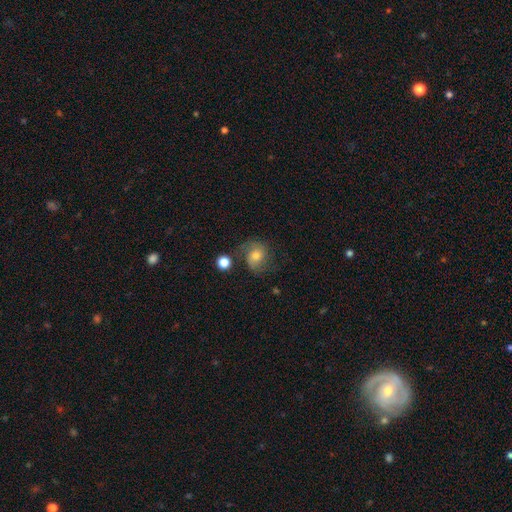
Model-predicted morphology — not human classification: smooth_or_featured: smooth (p=0.46) [alt: featured or disk p=0.42]
merging: none (p=0.58) [alt: minor disturbance p=0.22]